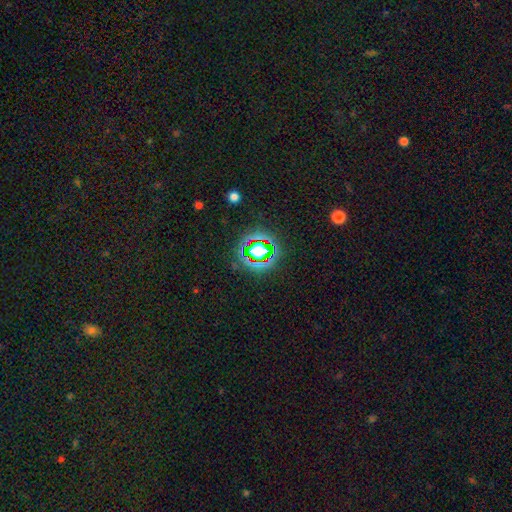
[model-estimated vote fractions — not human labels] A star or artifact, not a galaxy (64%).